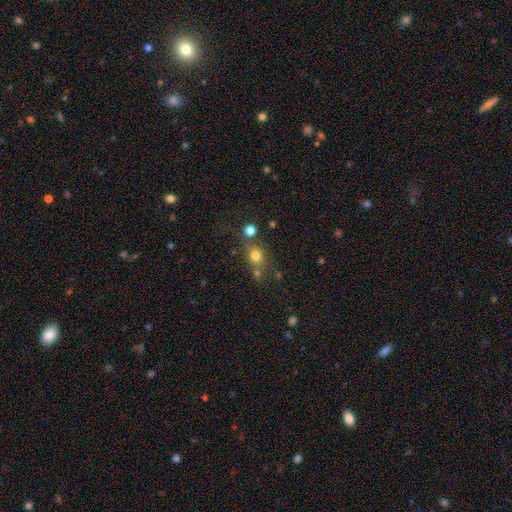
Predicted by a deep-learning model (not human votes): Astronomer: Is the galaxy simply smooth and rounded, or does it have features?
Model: smooth — 73%.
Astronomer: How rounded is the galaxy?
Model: round — 68%.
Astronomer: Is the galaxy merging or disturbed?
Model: none — 62%.